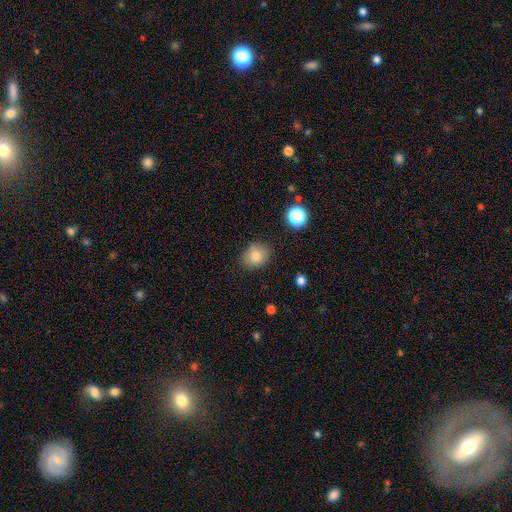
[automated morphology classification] This appears to be a smooth galaxy with no disk features (81%) that is round (50%). Merging: none (81%).